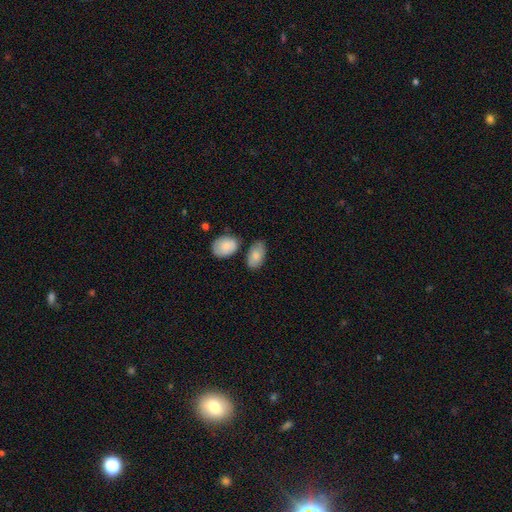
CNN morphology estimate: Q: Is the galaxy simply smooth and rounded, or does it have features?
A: smooth — 81%.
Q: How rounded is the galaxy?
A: in between — 93%.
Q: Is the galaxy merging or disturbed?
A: none — 66%.